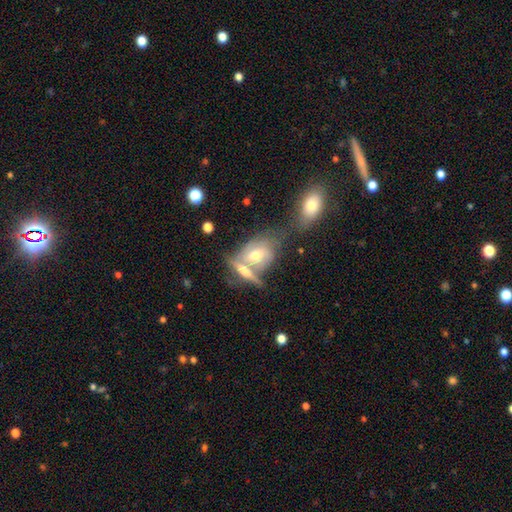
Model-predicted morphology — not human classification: Smooth or featured: featured or disk — 48% (smooth — 44%)
Merging: merger — 53% (none — 27%)